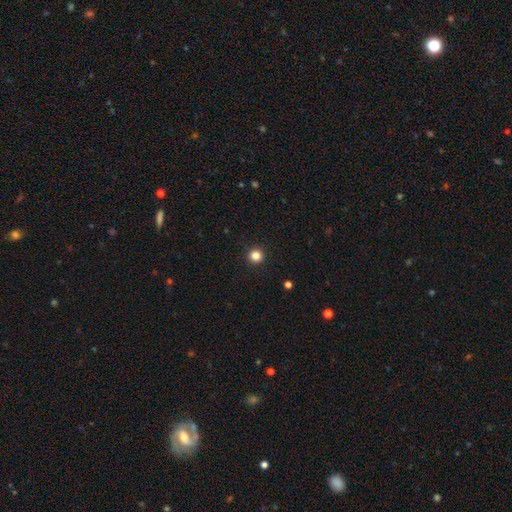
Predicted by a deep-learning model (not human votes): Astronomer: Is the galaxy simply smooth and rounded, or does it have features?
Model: smooth — 84%.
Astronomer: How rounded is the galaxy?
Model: round — 96%.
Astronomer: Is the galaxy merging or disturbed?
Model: none — 94%.